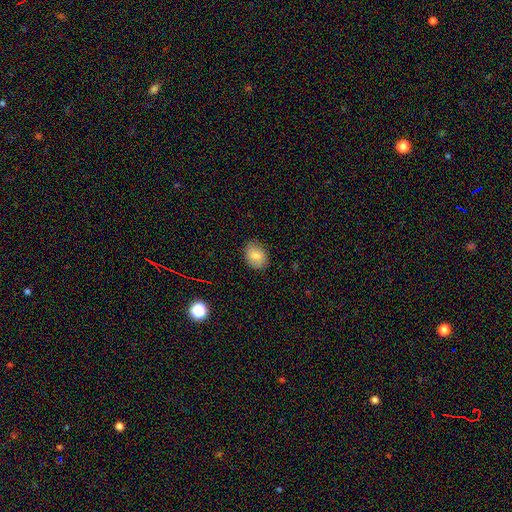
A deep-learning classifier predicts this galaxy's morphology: Smooth or featured: smooth — 82% (featured or disk — 10%)
How rounded: in between — 60% (round — 39%)
Merging: none — 84% (minor disturbance — 12%)